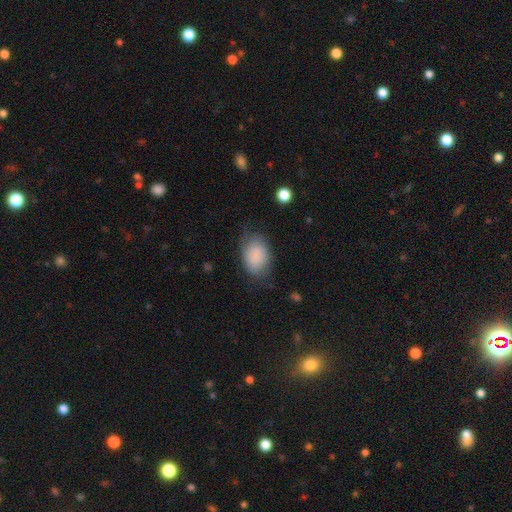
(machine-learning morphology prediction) smooth 83%, featured or disk 10%, star or artifact 7%. Down the decision tree: how rounded — in between (85%); merging — none (63%).